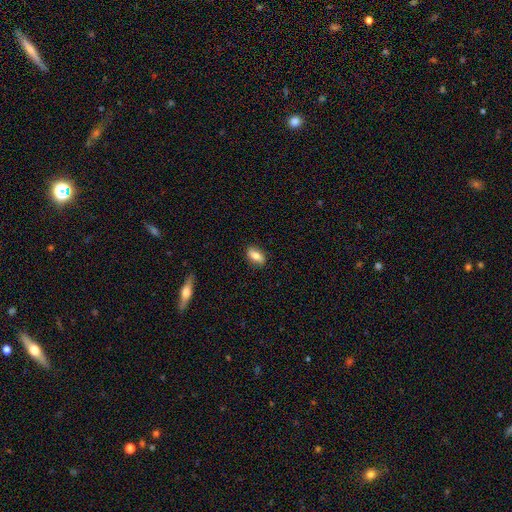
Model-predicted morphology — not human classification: Smooth or featured?
  - smooth: 80% *
  - featured or disk: 13%
  - star or artifact: 7%
How rounded?
  - in between: 87% *
  - cigar-shaped: 8%
  - round: 5%
Merging?
  - none: 87% *
  - minor disturbance: 10%
  - major disturbance: 2%
  - merger: 1%